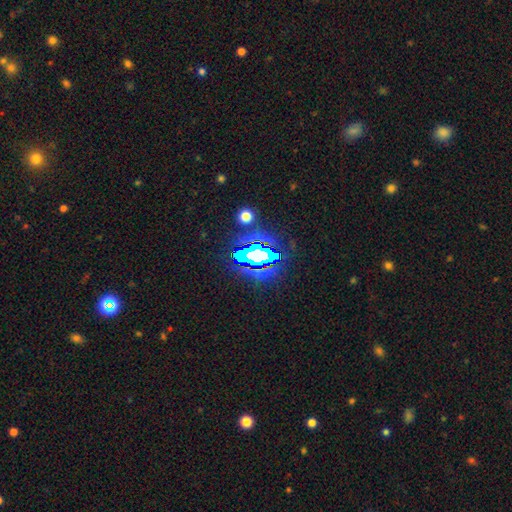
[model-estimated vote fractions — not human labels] This appears to be a star or artifact, not a galaxy (63%).